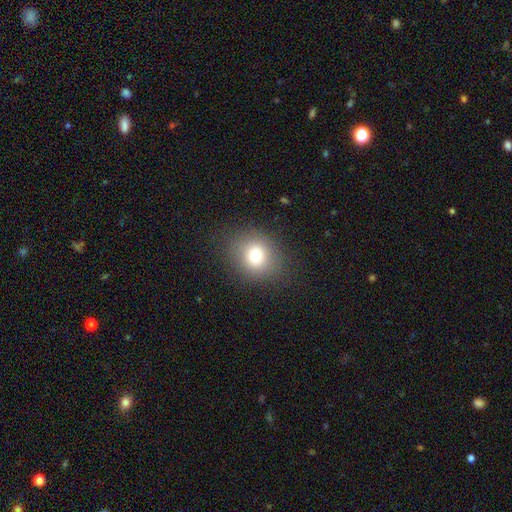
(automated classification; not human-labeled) Smooth or featured?
  - smooth: 76% *
  - star or artifact: 13%
  - featured or disk: 10%
How rounded?
  - round: 70% *
  - in between: 29%
  - cigar-shaped: 1%
Merging?
  - none: 84% *
  - minor disturbance: 10%
  - major disturbance: 5%
  - merger: 1%